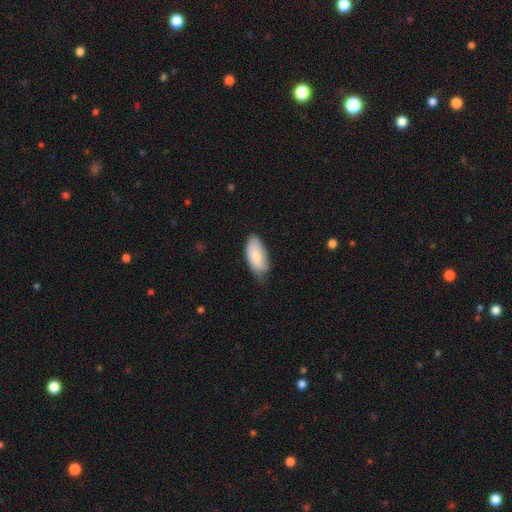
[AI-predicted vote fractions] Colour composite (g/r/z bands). It shows a smooth galaxy with no disk features (79%) that is in between round and cigar-shaped (92%). Merging: none (58%).